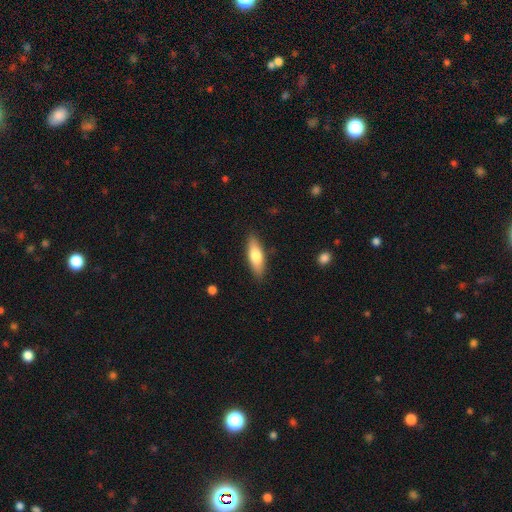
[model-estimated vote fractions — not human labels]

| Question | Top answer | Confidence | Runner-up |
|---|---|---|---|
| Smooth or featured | smooth | 72% | featured or disk (22%) |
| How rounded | in between | 57% | cigar-shaped (41%) |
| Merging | none | 86% | minor disturbance (10%) |